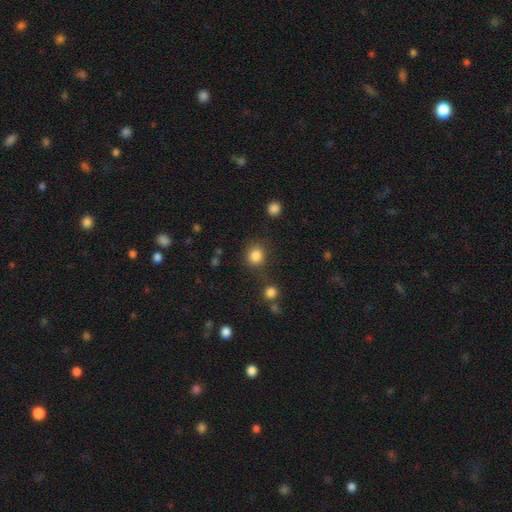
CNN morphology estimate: type=smooth (84%); roundness=round (85%); merging=none (81%).